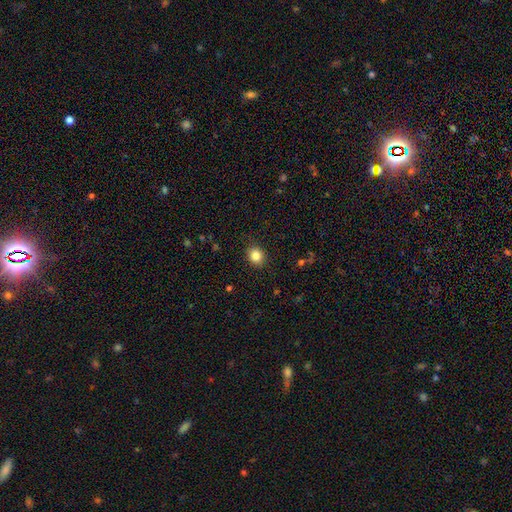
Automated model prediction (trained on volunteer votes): A smooth galaxy with no disk features (85%) that is round (69%). Merging: none (89%).